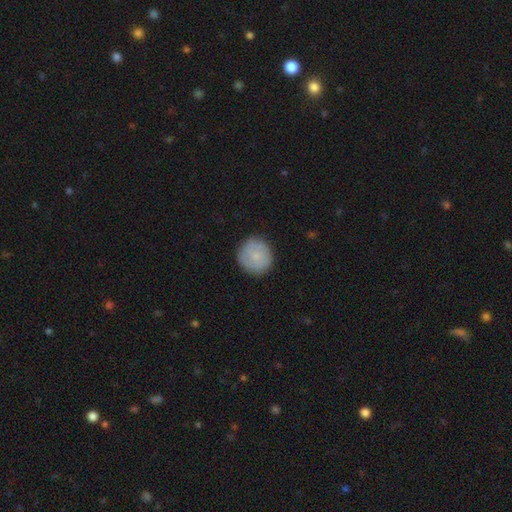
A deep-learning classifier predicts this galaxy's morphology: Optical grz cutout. It shows a smooth galaxy with no disk features (77%) that is round (92%). Merging: none (86%).